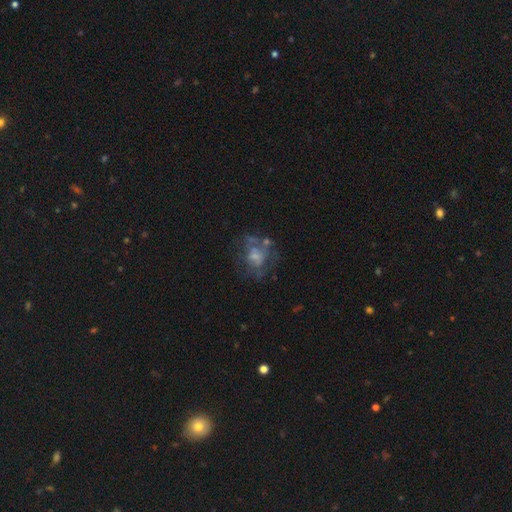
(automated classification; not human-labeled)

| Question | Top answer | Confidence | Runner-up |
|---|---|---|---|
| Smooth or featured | featured or disk | 56% | smooth (31%) |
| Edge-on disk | no | 97% | yes (3%) |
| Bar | no | 81% | weak (16%) |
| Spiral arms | no | 75% | yes (25%) |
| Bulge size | small | 35% | moderate (31%) |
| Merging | none | 47% | major disturbance (26%) |